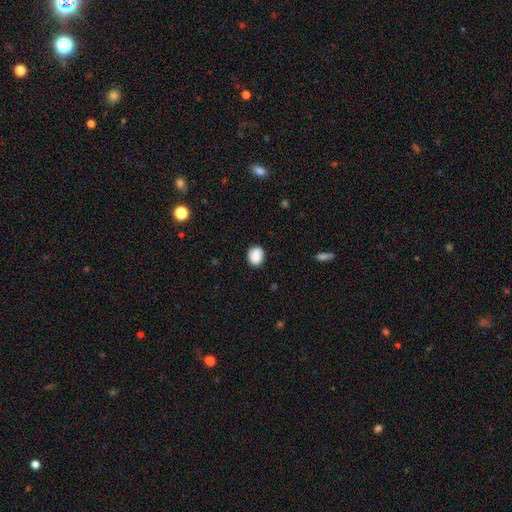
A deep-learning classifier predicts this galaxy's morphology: Overall: smooth (87%). How rounded: round (57%; in between 42%). Merging: none (82%).